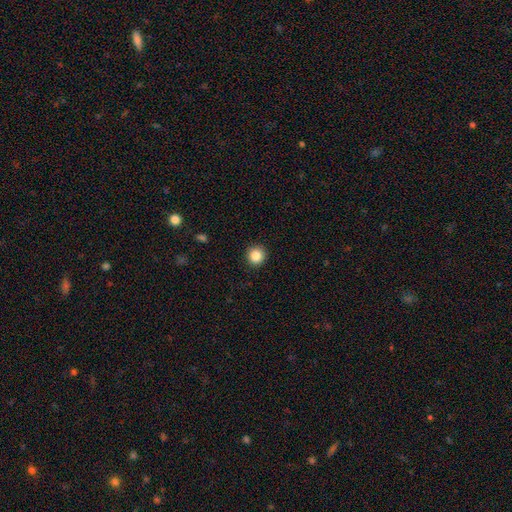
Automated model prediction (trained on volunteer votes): This is clearly a smooth galaxy (85%). How rounded: clearly round (95%). Merging: clearly none (93%).